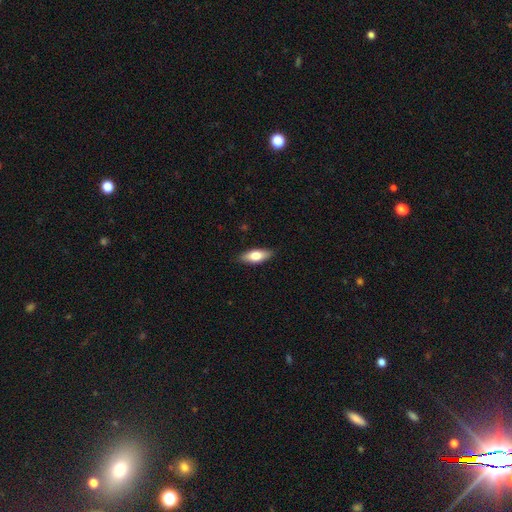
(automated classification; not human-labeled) Smooth or featured: smooth — 71% (featured or disk — 23%)
How rounded: in between — 74% (cigar-shaped — 23%)
Merging: none — 88% (minor disturbance — 9%)